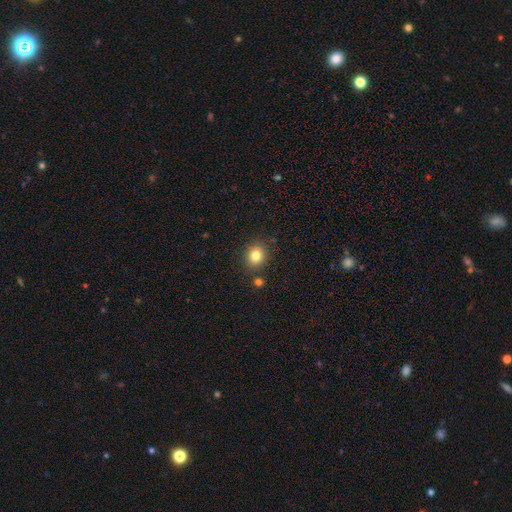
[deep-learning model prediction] smooth_or_featured: smooth (p=0.82) [alt: star or artifact p=0.11]
how_rounded: round (p=0.69) [alt: in between p=0.30]
merging: none (p=0.84) [alt: minor disturbance p=0.09]